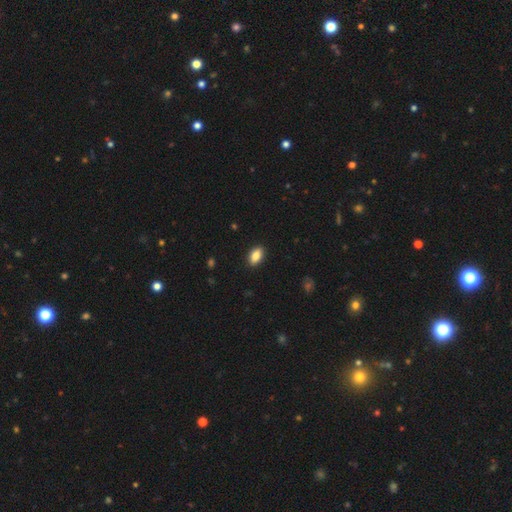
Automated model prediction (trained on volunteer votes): smooth 87%, star or artifact 7%, featured or disk 6%. Down the decision tree: how rounded — in between (91%); merging — none (90%).